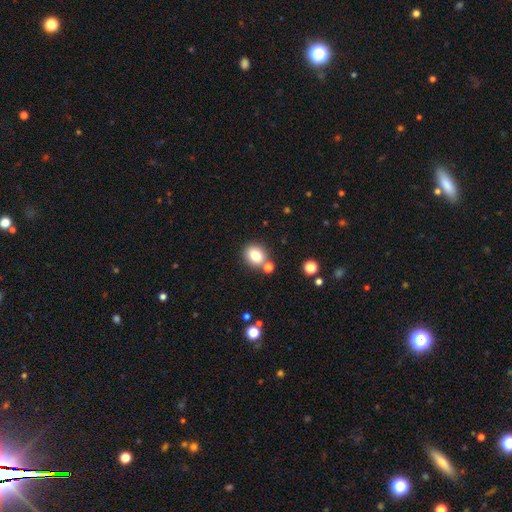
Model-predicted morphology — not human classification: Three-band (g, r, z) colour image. It shows a smooth galaxy with no disk features (81%) that is round (66%). Merging: none (73%).